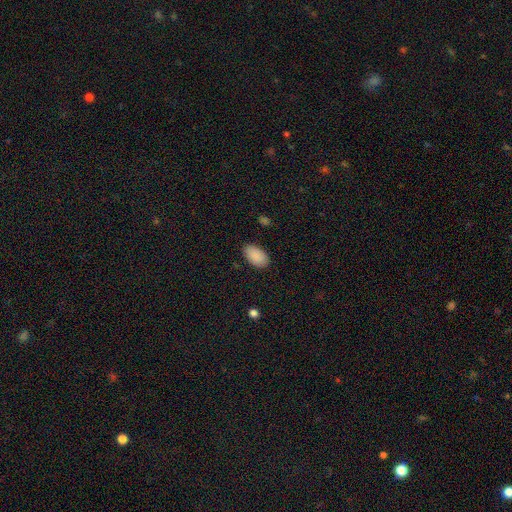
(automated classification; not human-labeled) smooth_or_featured: smooth (p=0.90) [alt: star or artifact p=0.07]
how_rounded: in between (p=0.94) [alt: round p=0.05]
merging: none (p=0.86) [alt: minor disturbance p=0.11]